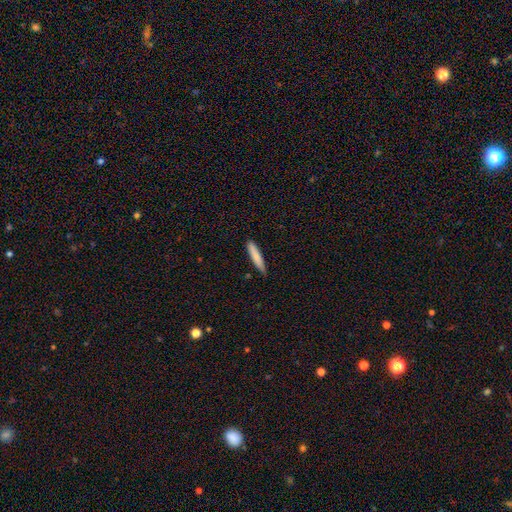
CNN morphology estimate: smooth-or-featured: smooth: 80% | featured or disk: 14% | star or artifact: 6%
  how-rounded: cigar-shaped: 91% | in between: 8% | round: 1%
  merging: none: 79% | minor disturbance: 18% | major disturbance: 2% | merger: 1%